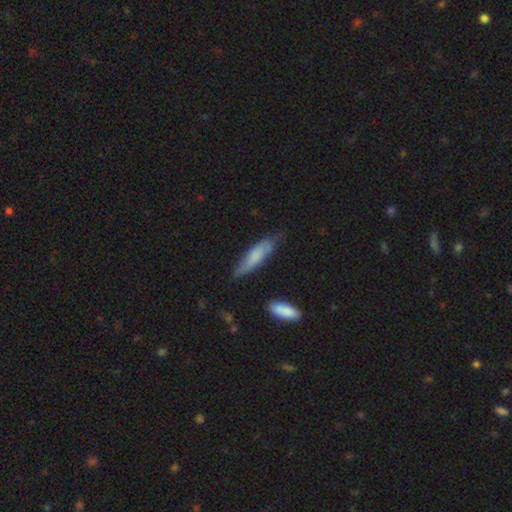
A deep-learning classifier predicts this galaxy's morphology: Smooth or featured? Predicted: smooth (p=0.68). How rounded? Predicted: cigar-shaped (p=0.70). Merging? Predicted: none (p=0.60).